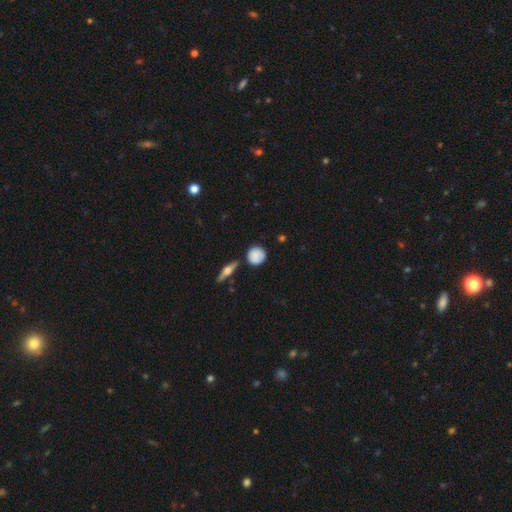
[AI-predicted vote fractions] A smooth galaxy with no disk features (77%) that is round (90%). Merging: none (75%).